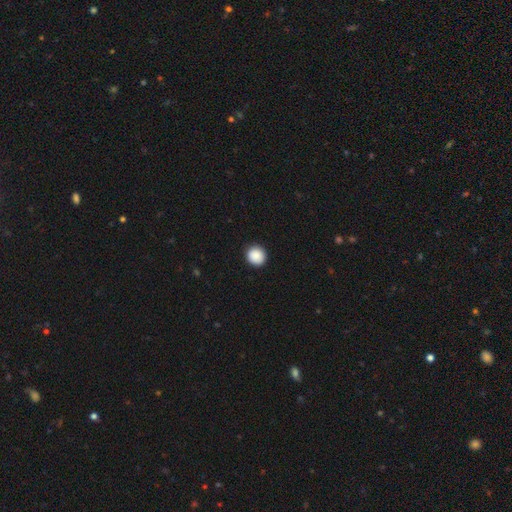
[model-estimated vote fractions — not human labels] Overall: smooth (89%). How rounded: round (91%). Merging: none (92%).